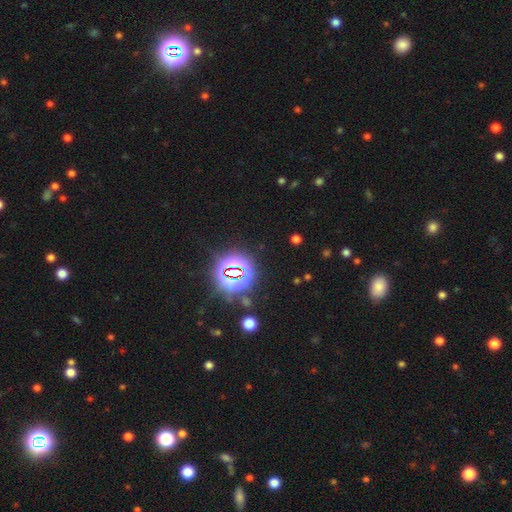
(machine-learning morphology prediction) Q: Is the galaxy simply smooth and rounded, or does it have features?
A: star or artifact — 80%.